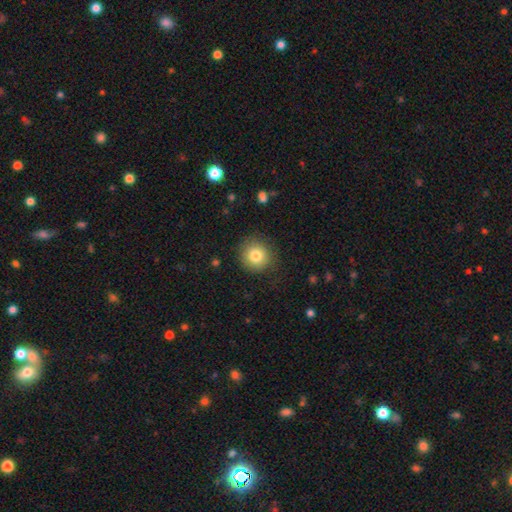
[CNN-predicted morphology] A smooth galaxy with no disk features (81%) that is round (93%). Merging: none (86%).